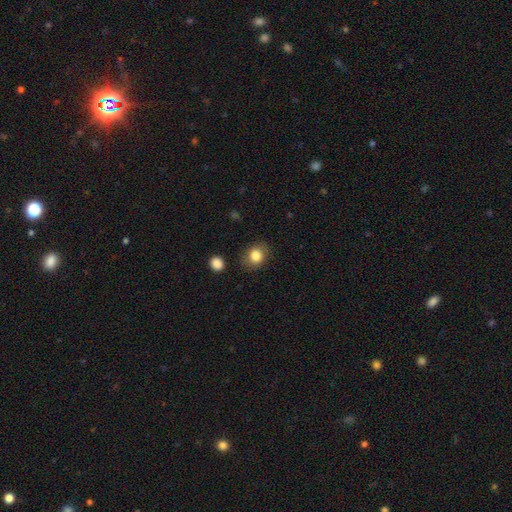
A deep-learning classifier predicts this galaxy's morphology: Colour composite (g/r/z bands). It shows a smooth galaxy with no disk features (83%) that is round (61%). Merging: none (83%).